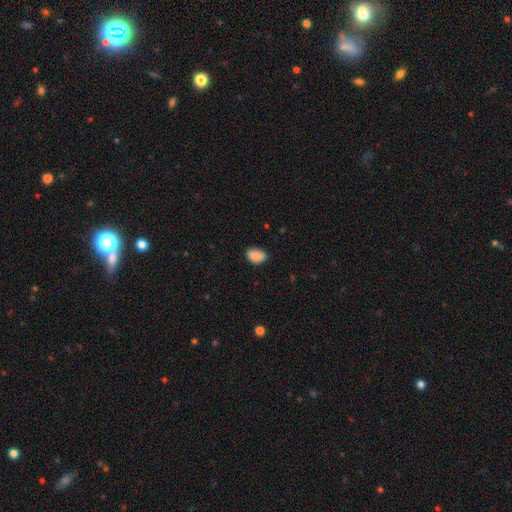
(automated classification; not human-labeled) smooth_or_featured: smooth (p=0.88) [alt: star or artifact p=0.08]
how_rounded: in between (p=0.87) [alt: round p=0.12]
merging: none (p=0.74) [alt: minor disturbance p=0.21]